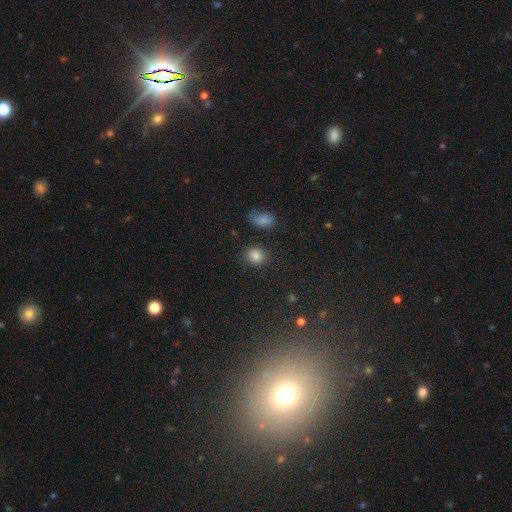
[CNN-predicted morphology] The model was most divided on "how rounded": round: 75%, in between: 23%, cigar-shaped: 1%. More confident: smooth or featured — smooth (84%); merging — none (84%).